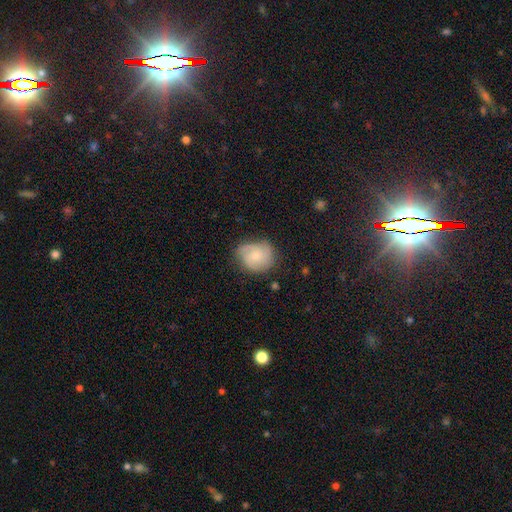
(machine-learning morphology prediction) type=smooth (48%); merging=none (64%).